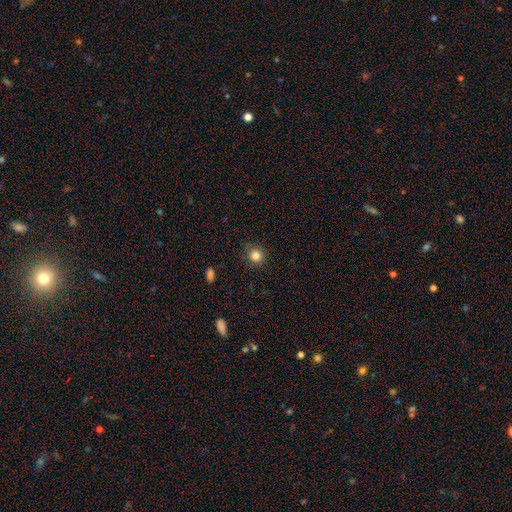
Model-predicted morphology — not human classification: Smooth or featured?
  - smooth: 83% *
  - star or artifact: 12%
  - featured or disk: 5%
How rounded?
  - round: 89% *
  - in between: 10%
  - cigar-shaped: 1%
Merging?
  - none: 84% *
  - minor disturbance: 12%
  - major disturbance: 3%
  - merger: 1%